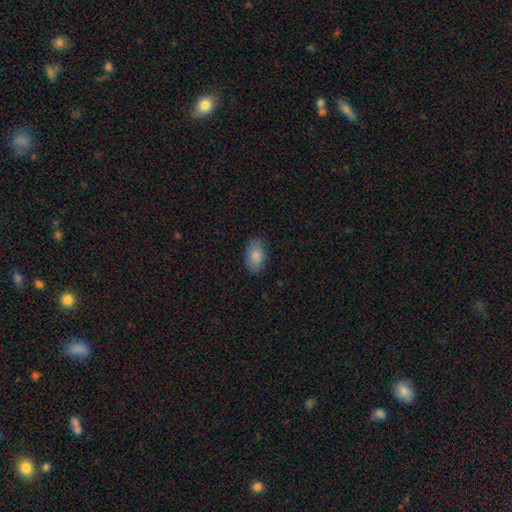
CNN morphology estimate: This appears to be a smooth galaxy with no disk features (86%) that is in between round and cigar-shaped (90%). Merging: none (81%).